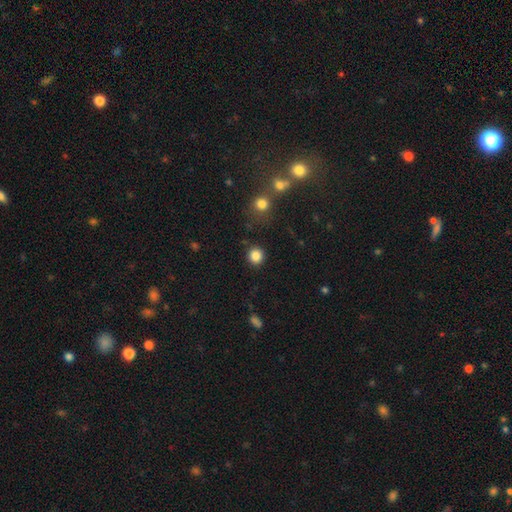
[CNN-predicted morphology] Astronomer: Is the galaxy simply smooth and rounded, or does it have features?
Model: smooth — 85%.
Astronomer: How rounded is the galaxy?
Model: round — 93%.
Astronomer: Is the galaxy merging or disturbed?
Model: none — 89%.